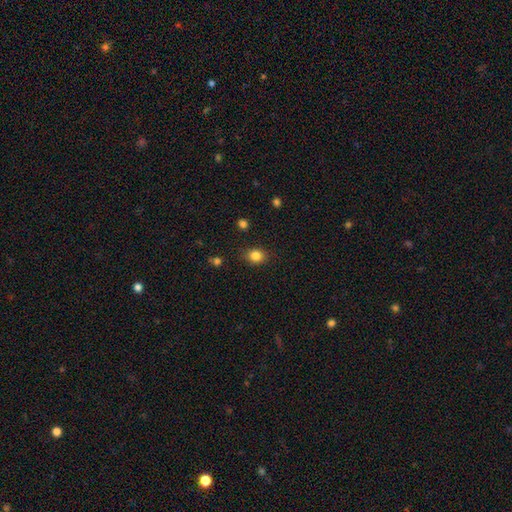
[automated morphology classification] smooth_or_featured: smooth (p=0.84) [alt: star or artifact p=0.11]
how_rounded: round (p=0.64) [alt: in between p=0.35]
merging: none (p=0.84) [alt: minor disturbance p=0.11]